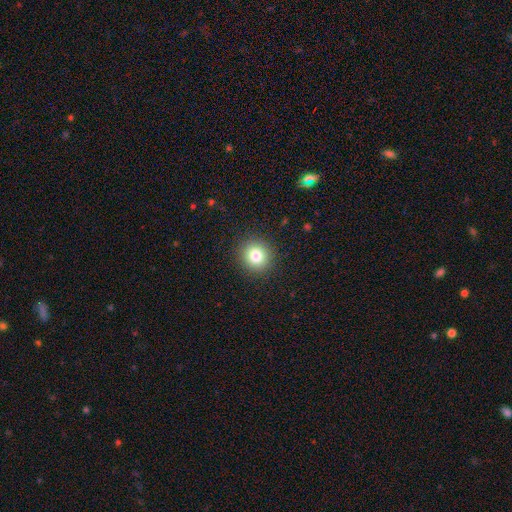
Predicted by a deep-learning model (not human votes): The model was most divided on "smooth or featured": smooth: 81%, star or artifact: 11%, featured or disk: 7%. More confident: merging — none (91%); how rounded — round (90%).